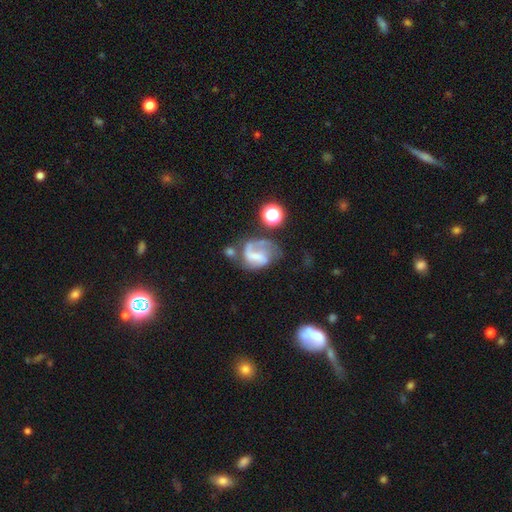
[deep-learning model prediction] featured or disk 68%, smooth 21%, star or artifact 11%. Down the decision tree: edge-on disk — no (98%); bar — weak (42%); spiral arms — yes (83%); spiral arm count — 2 (50%); spiral winding — medium (42%); bulge size — none (45%); merging — major disturbance (34%).